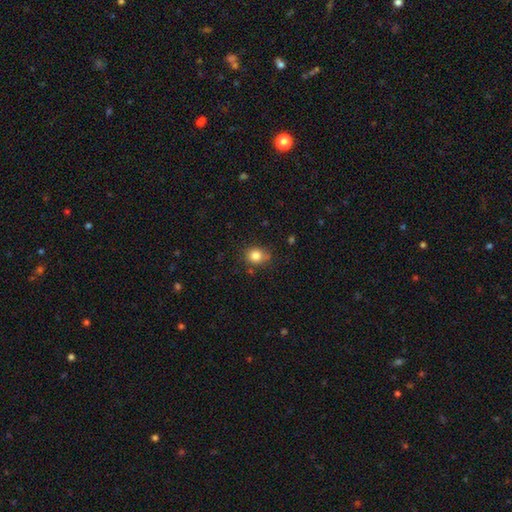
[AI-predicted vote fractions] This is clearly a smooth galaxy (83%). How rounded: likely round (70%). Merging: likely none (73%).